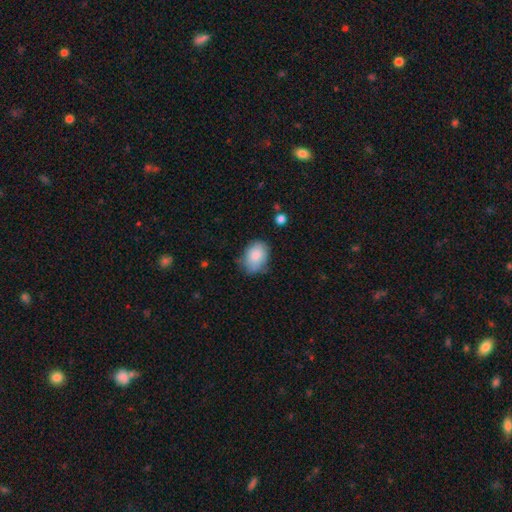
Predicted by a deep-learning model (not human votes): Overall: smooth (83%). How rounded: in between (77%). Merging: none (67%).